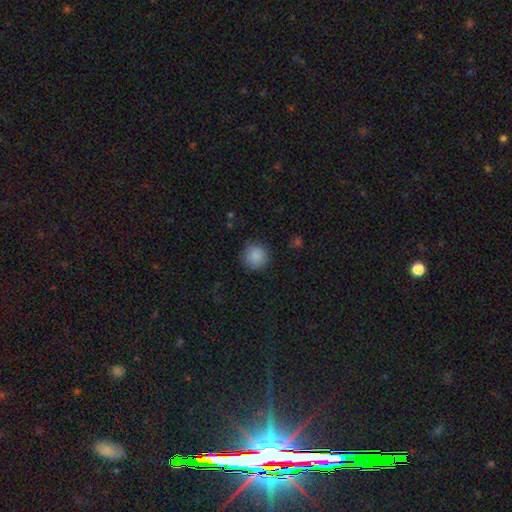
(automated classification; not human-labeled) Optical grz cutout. It shows a smooth galaxy with no disk features (88%) that is round (95%). Merging: none (88%).